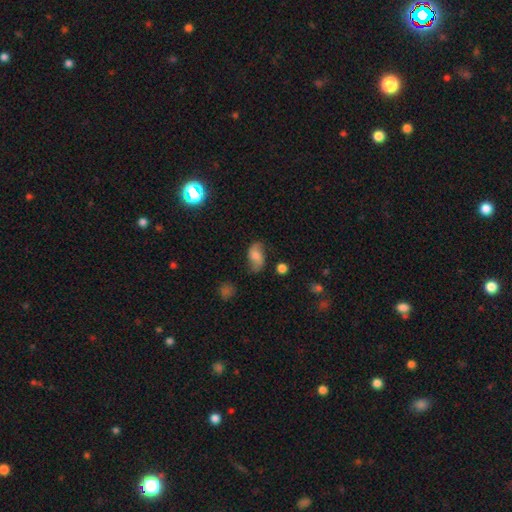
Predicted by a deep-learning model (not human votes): smooth-or-featured: smooth: 54% | featured or disk: 36% | star or artifact: 10%
  how-rounded: in between: 88% | round: 9% | cigar-shaped: 3%
  merging: none: 66% | minor disturbance: 24% | major disturbance: 7% | merger: 3%